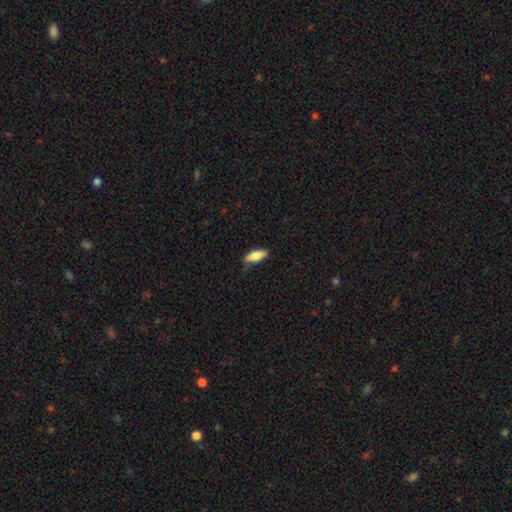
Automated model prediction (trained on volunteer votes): A smooth galaxy with no disk features (82%) that is in between round and cigar-shaped (72%). Merging: none (70%).